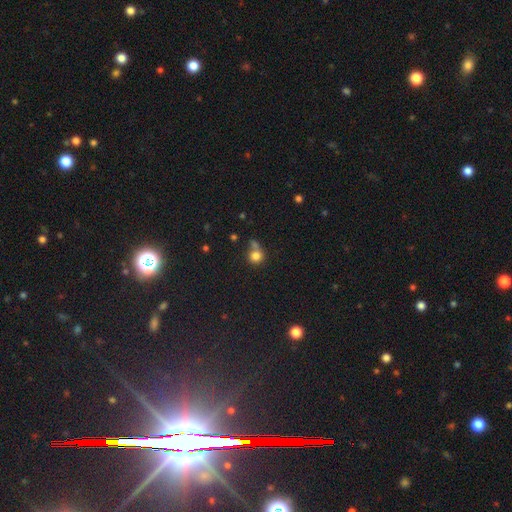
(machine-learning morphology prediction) Smooth or featured? smooth (80%)
How rounded? round (85%)
Merging? none (47%)